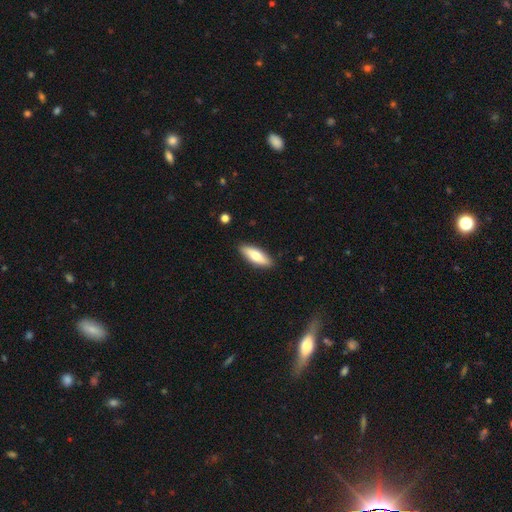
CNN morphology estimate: Overall: smooth (69%). How rounded: in between (57%; cigar-shaped 41%). Merging: none (88%).